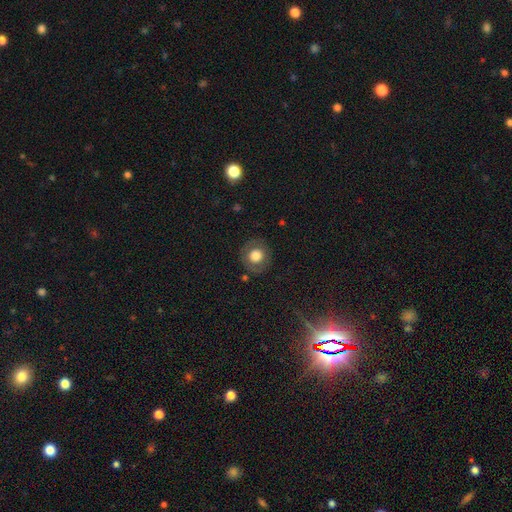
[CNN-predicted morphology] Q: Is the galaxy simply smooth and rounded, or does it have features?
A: smooth — 72%.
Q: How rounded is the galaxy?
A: round — 89%.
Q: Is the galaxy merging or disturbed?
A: none — 85%.